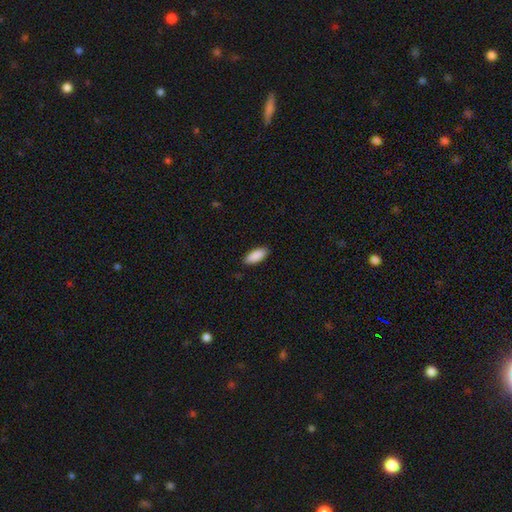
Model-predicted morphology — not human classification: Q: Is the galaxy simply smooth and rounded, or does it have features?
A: smooth — 90%.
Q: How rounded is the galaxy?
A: in between — 84%.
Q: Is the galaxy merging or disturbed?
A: none — 88%.